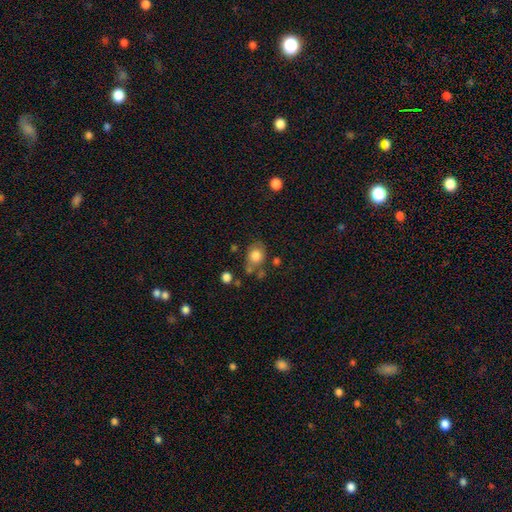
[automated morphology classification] A smooth galaxy with no disk features (78%) that is round (64%). Merging: none (57%).